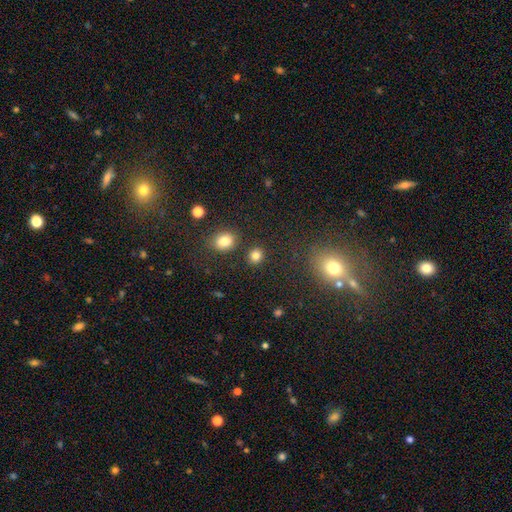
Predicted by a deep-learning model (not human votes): Smooth or featured? smooth (83%)
How rounded? round (78%)
Merging? none (84%)